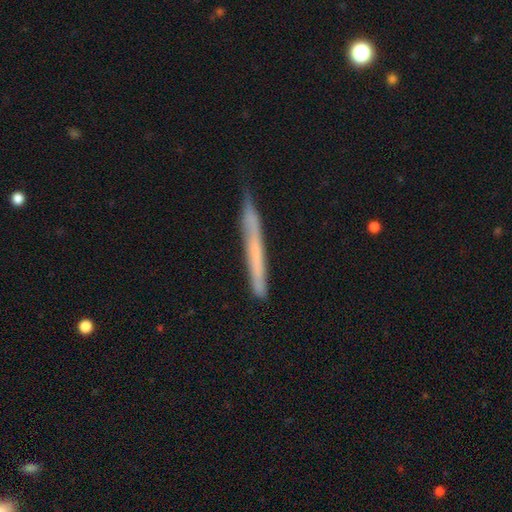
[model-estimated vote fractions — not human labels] A smooth galaxy with no disk features (47%). Merging: none (75%).